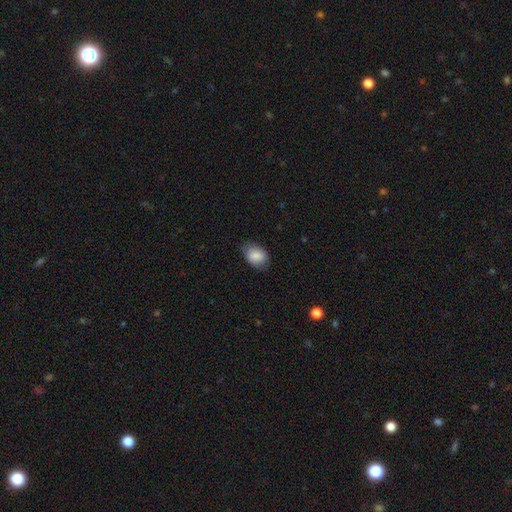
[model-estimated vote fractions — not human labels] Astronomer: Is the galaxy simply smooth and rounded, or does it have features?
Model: smooth — 82%.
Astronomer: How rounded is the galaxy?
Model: in between — 76%.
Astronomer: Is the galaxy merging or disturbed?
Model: none — 72%.